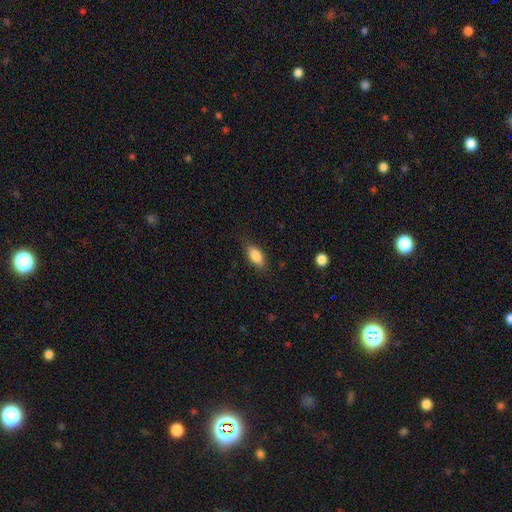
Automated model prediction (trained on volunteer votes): Smooth or featured? Predicted: smooth (p=0.85). How rounded? Predicted: in between (p=0.86). Merging? Predicted: none (p=0.82).